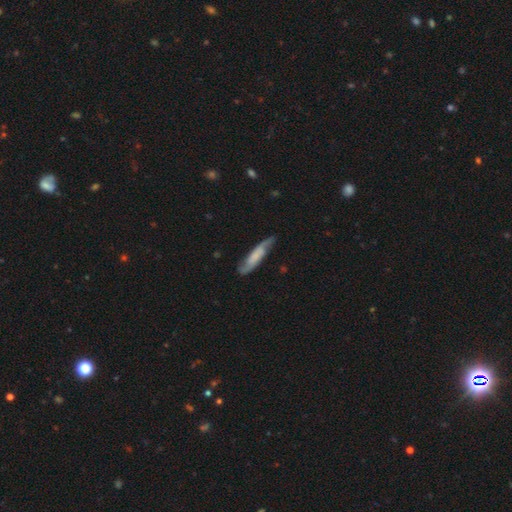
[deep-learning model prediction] Overall: featured or disk (60%; smooth 34%). Edge-on disk: no (70%; yes 30%). Merging: none (73%).